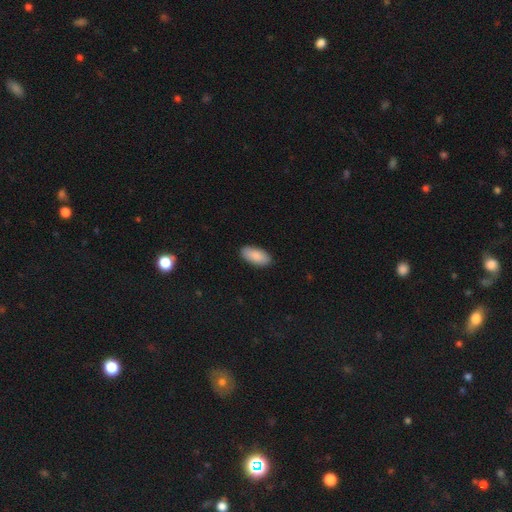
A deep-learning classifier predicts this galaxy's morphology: Overall: smooth (89%). How rounded: in between (92%). Merging: none (89%).